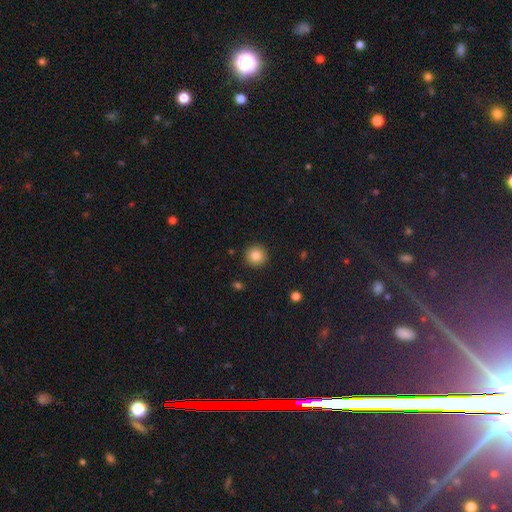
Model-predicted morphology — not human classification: Smooth or featured?
  - smooth: 84% *
  - star or artifact: 10%
  - featured or disk: 6%
How rounded?
  - round: 95% *
  - in between: 4%
  - cigar-shaped: 1%
Merging?
  - none: 92% *
  - minor disturbance: 5%
  - major disturbance: 2%
  - merger: 1%